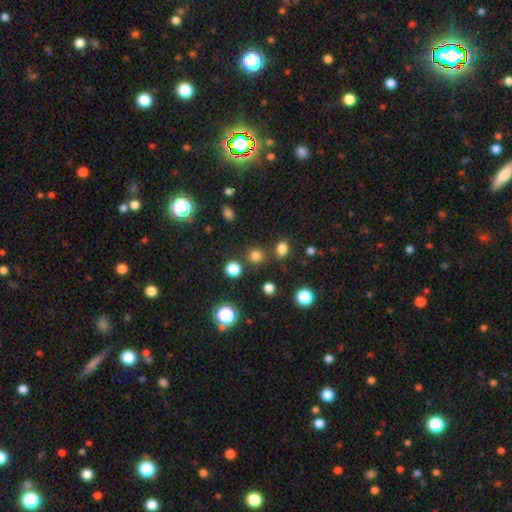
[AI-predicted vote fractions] Overall: smooth (75%). How rounded: round (87%). Merging: none (80%).